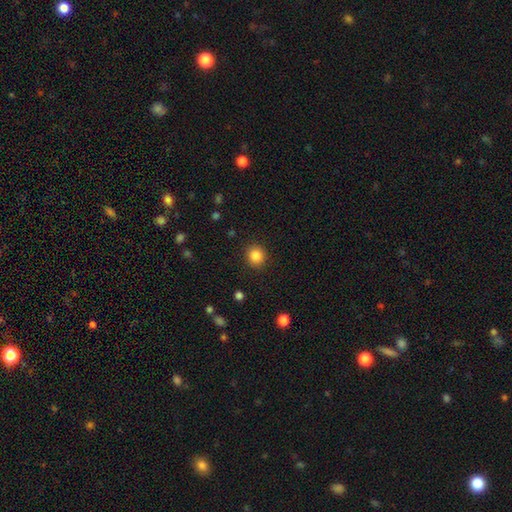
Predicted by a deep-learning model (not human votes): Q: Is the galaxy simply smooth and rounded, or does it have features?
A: smooth — 85%.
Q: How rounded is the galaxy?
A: round — 87%.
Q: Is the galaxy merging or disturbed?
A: none — 90%.